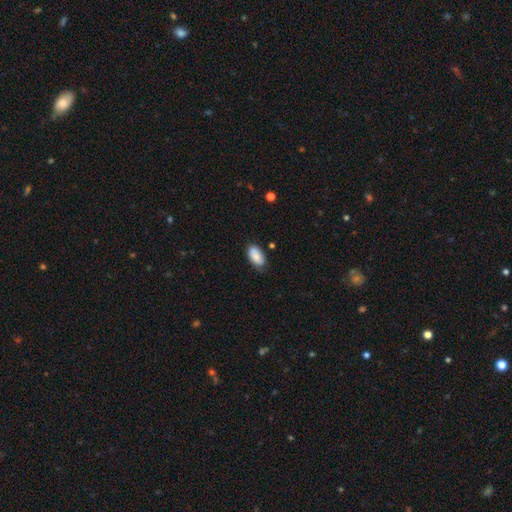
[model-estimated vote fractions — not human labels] Morphology: type=smooth (82%); roundness=in between (94%); merging=none (73%).